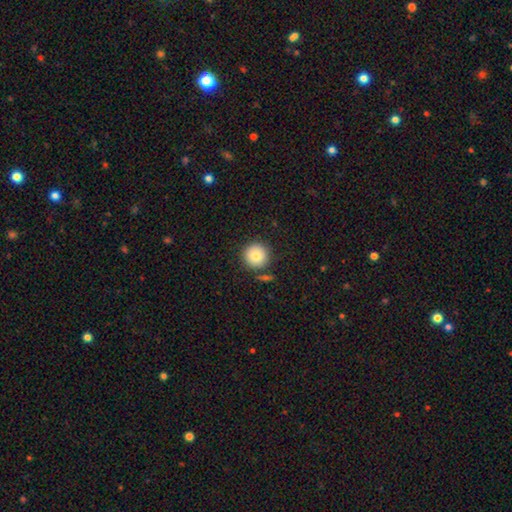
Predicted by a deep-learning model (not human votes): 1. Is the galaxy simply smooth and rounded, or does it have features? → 83% smooth, 9% star or artifact, 8% featured or disk.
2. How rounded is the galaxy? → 96% round, 3% in between, 1% cigar-shaped.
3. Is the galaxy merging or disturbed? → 83% none, 8% minor disturbance, 6% merger, 3% major disturbance.